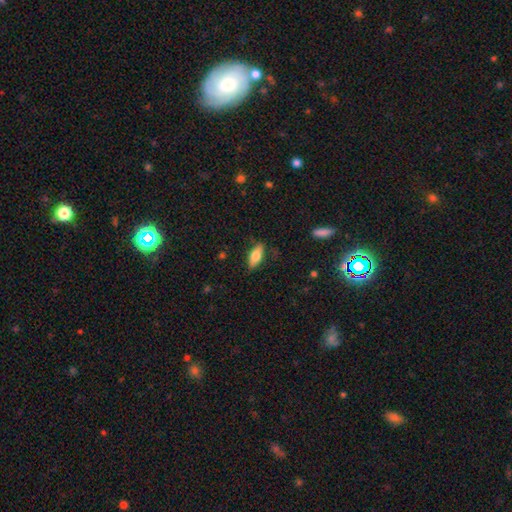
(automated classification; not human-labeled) A smooth galaxy with no disk features (76%) that is in between round and cigar-shaped (77%). Merging: none (81%).